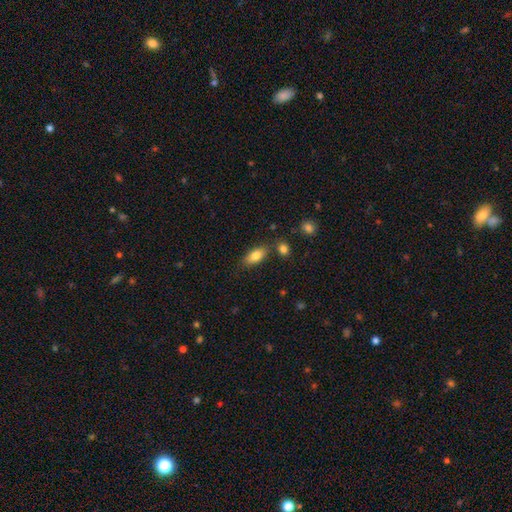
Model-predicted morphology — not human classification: Smooth or featured? smooth (80%)
How rounded? in between (87%)
Merging? none (77%)